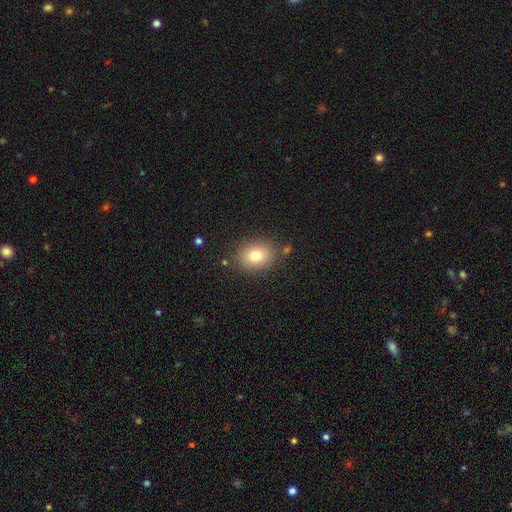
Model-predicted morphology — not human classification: A smooth galaxy with no disk features (80%) that is in between round and cigar-shaped (54%).

Vote fractions:
- Smooth or featured? smooth: 80% / star or artifact: 10% / featured or disk: 10%
- How rounded? in between: 54% / round: 45% / cigar-shaped: 1%
- Merging? none: 83% / minor disturbance: 11% / major disturbance: 3% / merger: 3%